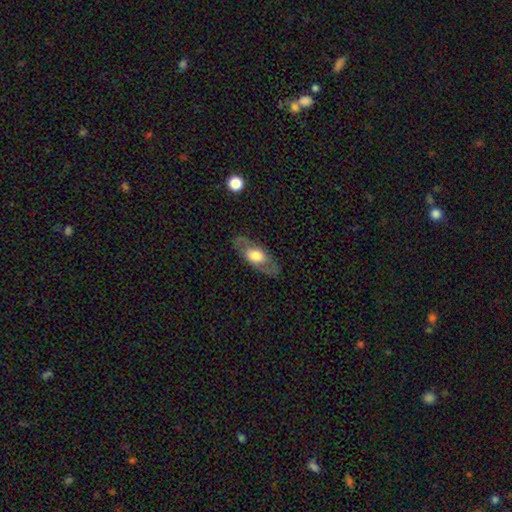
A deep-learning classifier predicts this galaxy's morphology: Smooth or featured? Predicted: featured or disk (p=0.55). Edge-on disk? Predicted: no (p=0.76). Merging? Predicted: none (p=0.82).